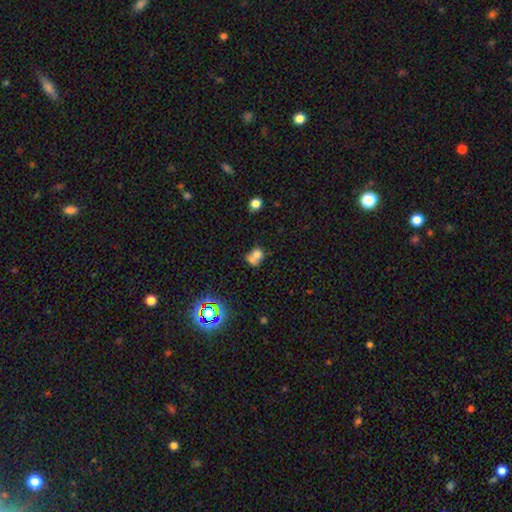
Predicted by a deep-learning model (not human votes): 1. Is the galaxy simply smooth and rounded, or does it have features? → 68% smooth, 17% featured or disk, 14% star or artifact.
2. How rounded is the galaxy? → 66% round, 33% in between, 1% cigar-shaped.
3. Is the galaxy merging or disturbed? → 59% merger, 27% none, 9% minor disturbance, 5% major disturbance.